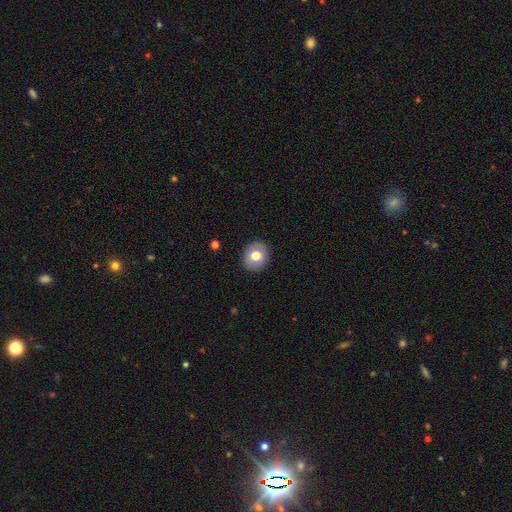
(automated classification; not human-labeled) A smooth galaxy with no disk features (74%) that is round (76%).

Vote fractions:
- Smooth or featured? smooth: 74% / featured or disk: 18% / star or artifact: 8%
- How rounded? round: 76% / in between: 23% / cigar-shaped: 1%
- Merging? none: 91% / minor disturbance: 6% / major disturbance: 2% / merger: 1%